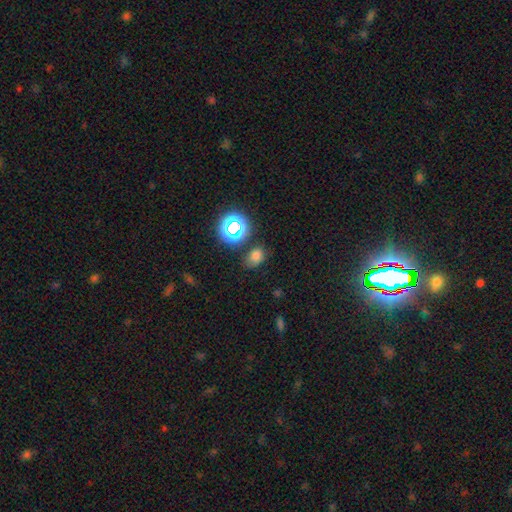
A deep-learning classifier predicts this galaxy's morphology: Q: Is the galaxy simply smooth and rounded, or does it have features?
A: smooth — 69%.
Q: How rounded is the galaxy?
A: in between — 67%.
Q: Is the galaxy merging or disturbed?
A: none — 72%.